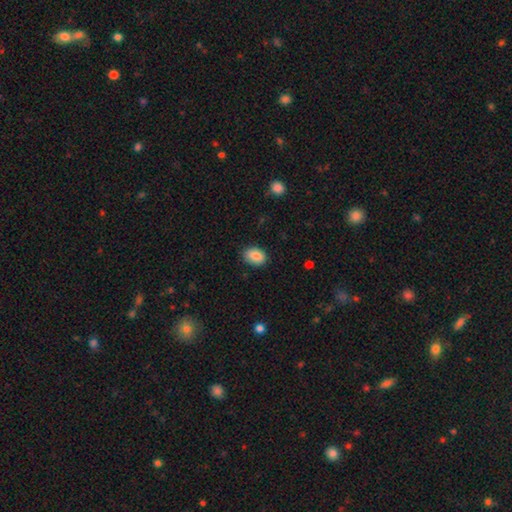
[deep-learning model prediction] Overall: smooth (87%). How rounded: in between (82%). Merging: none (85%).